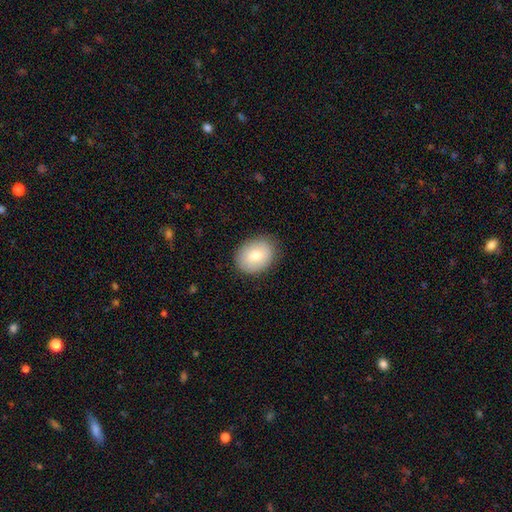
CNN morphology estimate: A smooth galaxy with no disk features (77%) that is in between round and cigar-shaped (62%).

Vote fractions:
- Smooth or featured? smooth: 77% / featured or disk: 16% / star or artifact: 7%
- How rounded? in between: 62% / round: 37% / cigar-shaped: 1%
- Merging? none: 84% / minor disturbance: 12% / major disturbance: 3% / merger: 1%